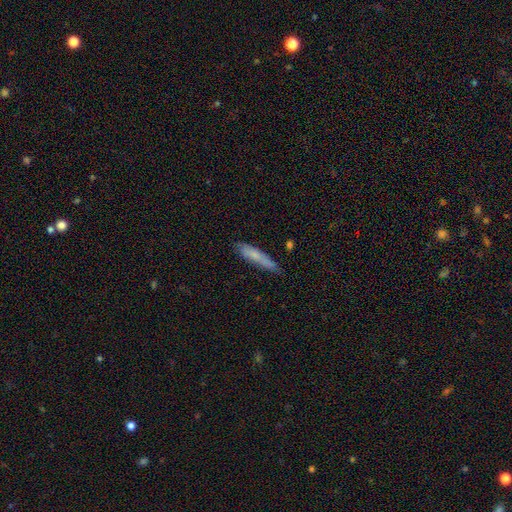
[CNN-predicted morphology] The model was most divided on "smooth or featured": smooth: 70%, featured or disk: 24%, star or artifact: 7%. More confident: how rounded — cigar-shaped (86%); merging — none (72%).